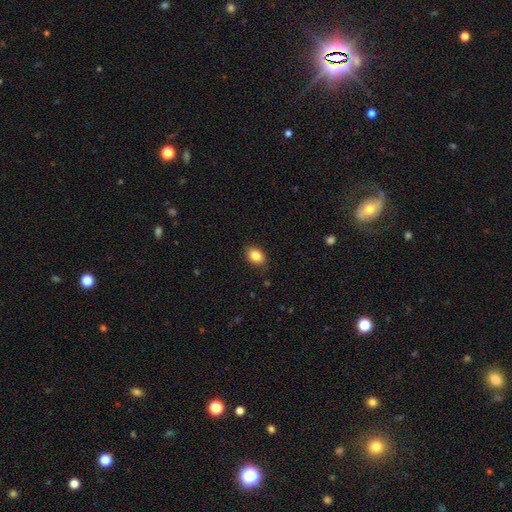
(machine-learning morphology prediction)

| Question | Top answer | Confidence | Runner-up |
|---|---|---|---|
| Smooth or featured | smooth | 85% | star or artifact (9%) |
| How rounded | in between | 73% | round (26%) |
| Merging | none | 84% | minor disturbance (12%) |